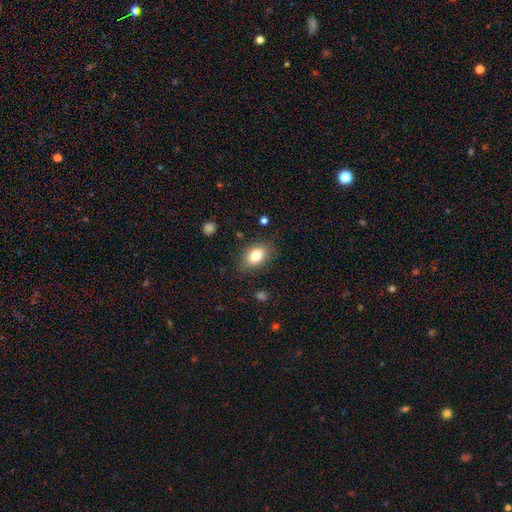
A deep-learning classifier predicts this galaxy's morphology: smooth-or-featured: smooth: 80% | featured or disk: 12% | star or artifact: 9%
  how-rounded: in between: 82% | round: 17% | cigar-shaped: 2%
  merging: none: 79% | minor disturbance: 15% | major disturbance: 4% | merger: 1%